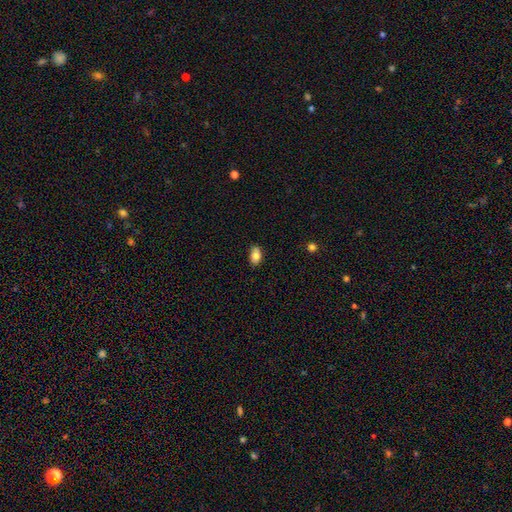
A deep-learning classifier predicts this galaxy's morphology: type=smooth (81%); roundness=in between (88%); merging=none (79%).